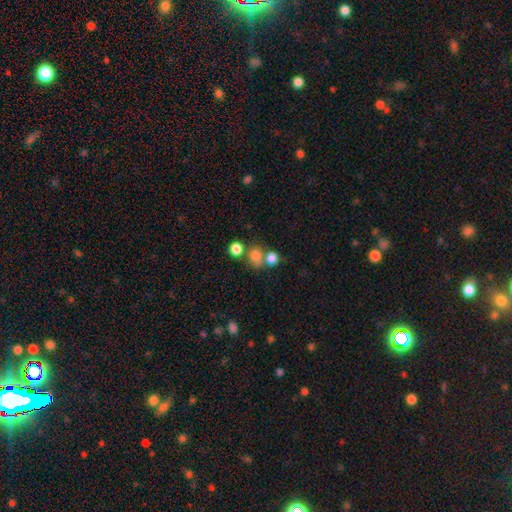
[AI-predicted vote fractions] smooth 75%, star or artifact 16%, featured or disk 10%. Down the decision tree: how rounded — round (74%); merging — none (48%).